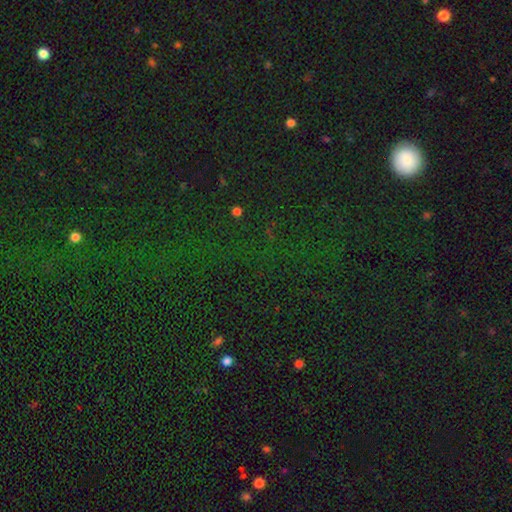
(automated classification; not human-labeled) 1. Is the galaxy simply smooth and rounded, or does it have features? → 78% star or artifact, 15% smooth, 7% featured or disk.